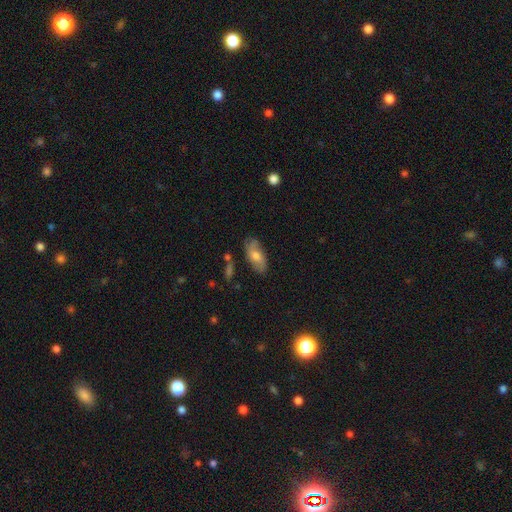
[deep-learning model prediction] smooth-or-featured: smooth: 56% | featured or disk: 37% | star or artifact: 7%
  how-rounded: in between: 87% | cigar-shaped: 10% | round: 3%
  merging: none: 75% | minor disturbance: 18% | major disturbance: 4% | merger: 3%